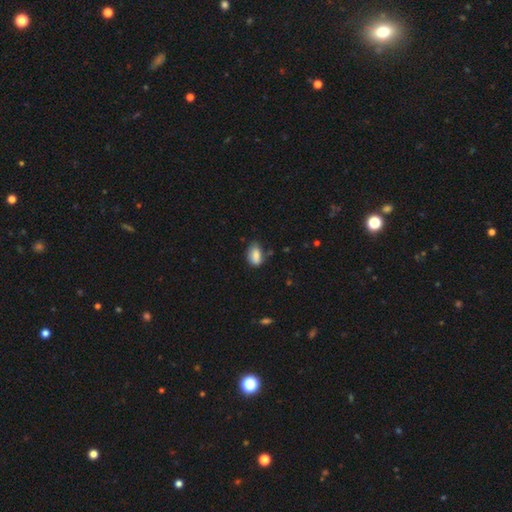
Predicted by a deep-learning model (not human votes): This appears to be a smooth galaxy with no disk features (82%) that is in between round and cigar-shaped (87%). Merging: none (56%).